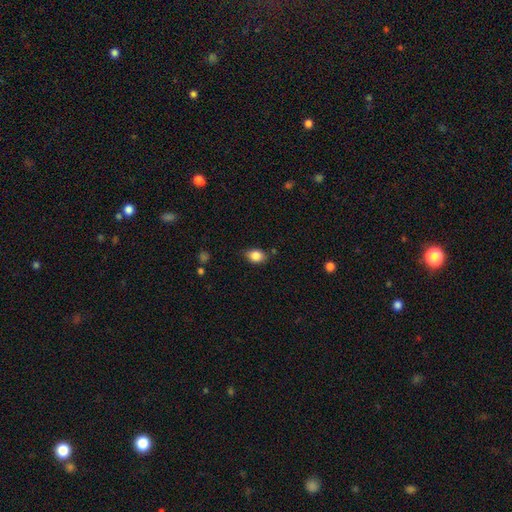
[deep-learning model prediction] The model was most divided on "how rounded": in between: 67%, round: 31%, cigar-shaped: 1%. More confident: smooth or featured — smooth (85%); merging — none (76%).